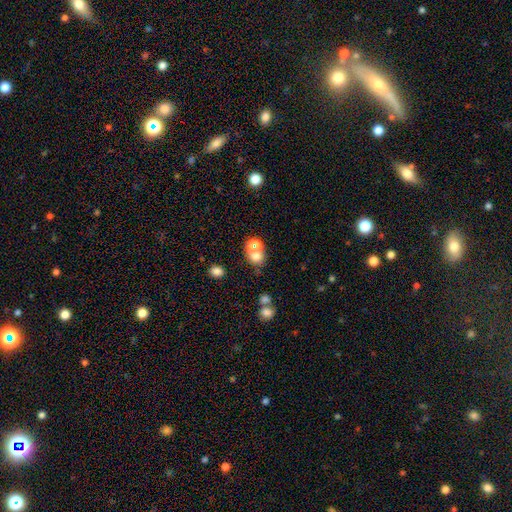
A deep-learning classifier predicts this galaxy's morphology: This is likely a smooth galaxy (65%). How rounded: likely round (68%). Merging: possibly none (46%).